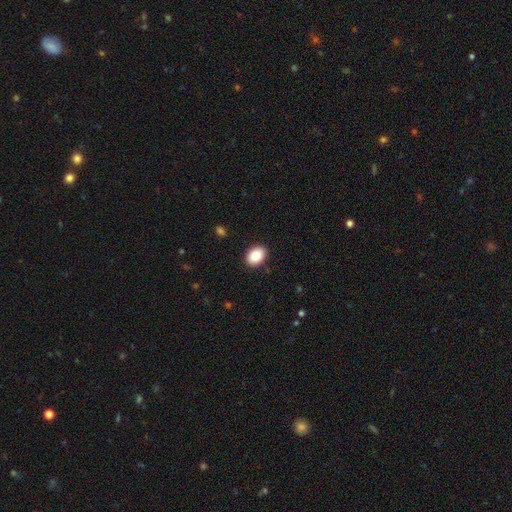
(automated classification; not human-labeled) The model was most divided on "how rounded": in between: 74%, round: 25%, cigar-shaped: 1%. More confident: merging — none (90%); smooth or featured — smooth (85%).